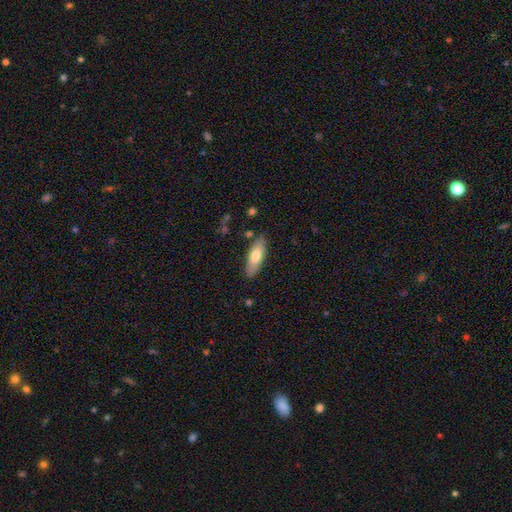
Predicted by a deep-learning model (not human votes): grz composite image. It shows a smooth galaxy with no disk features (70%) that is in between round and cigar-shaped (59%). Merging: none (85%).